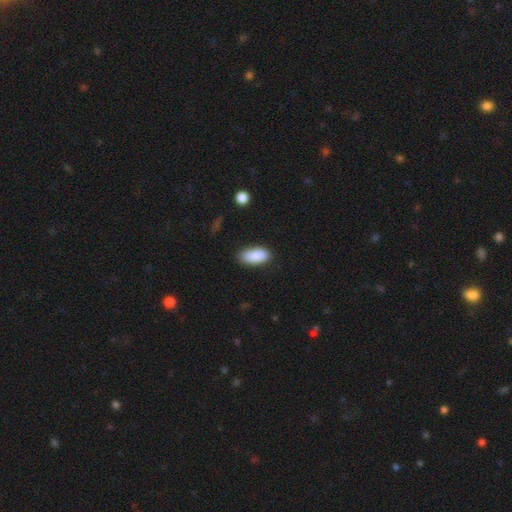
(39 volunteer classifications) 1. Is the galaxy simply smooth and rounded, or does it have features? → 97% smooth, 3% star or artifact, 0% featured or disk.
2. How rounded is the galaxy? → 92% in between, 8% cigar-shaped, 0% round.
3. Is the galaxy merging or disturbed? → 87% none, 13% minor disturbance, 0% major disturbance, 0% merger.